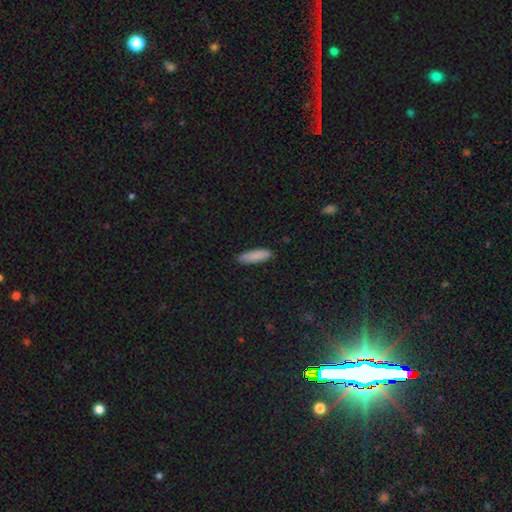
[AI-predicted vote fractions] Morphology: type=smooth (88%); roundness=cigar-shaped (58%); merging=none (87%).